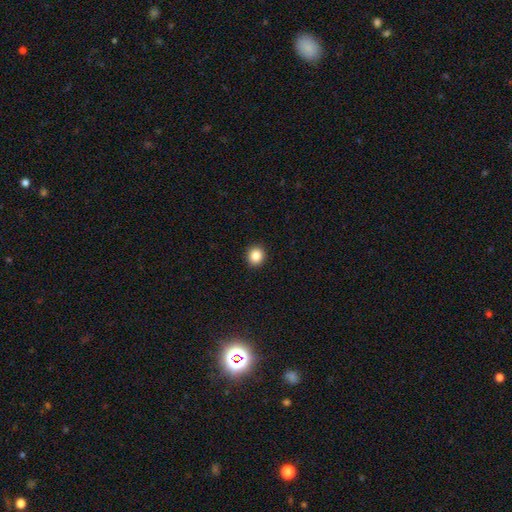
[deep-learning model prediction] Morphology: type=smooth (86%); roundness=round (89%); merging=none (93%).